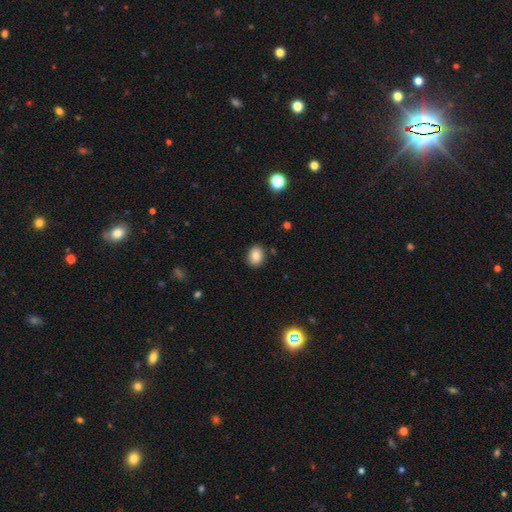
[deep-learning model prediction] A smooth galaxy with no disk features (83%) that is in between round and cigar-shaped (57%). Merging: none (88%).